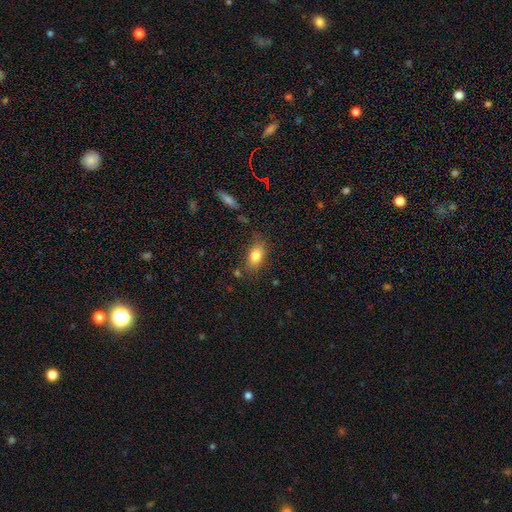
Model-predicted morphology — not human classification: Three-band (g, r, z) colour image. It shows a smooth galaxy with no disk features (81%) that is in between round and cigar-shaped (85%). Merging: none (76%).